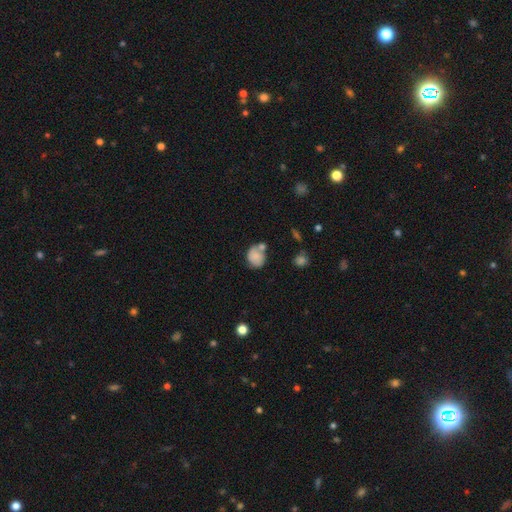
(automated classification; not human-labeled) Smooth or featured?
  - smooth: 73% *
  - featured or disk: 18%
  - star or artifact: 9%
How rounded?
  - round: 63% *
  - in between: 36%
  - cigar-shaped: 1%
Merging?
  - none: 46% *
  - merger: 26%
  - minor disturbance: 21%
  - major disturbance: 7%